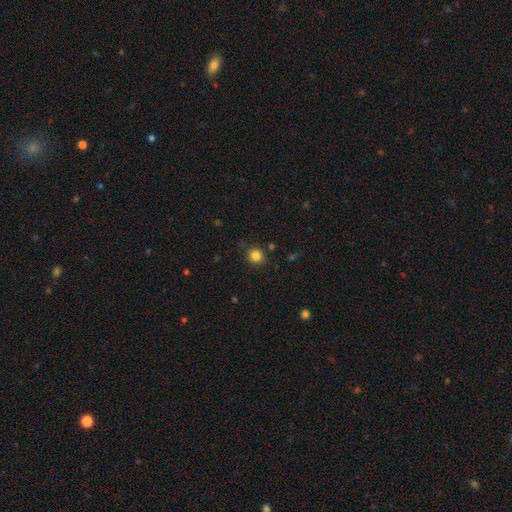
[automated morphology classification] Smooth or featured? smooth (83%)
How rounded? round (91%)
Merging? none (87%)